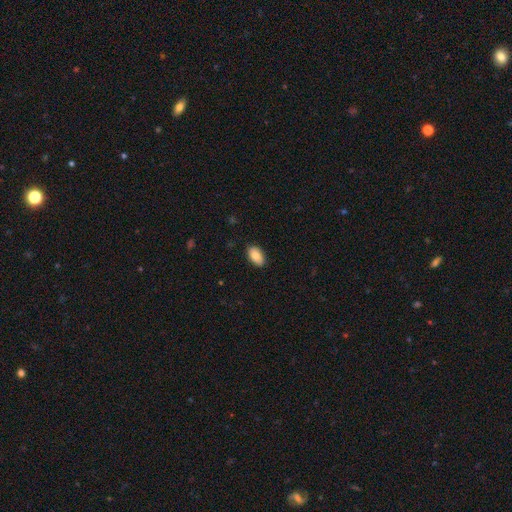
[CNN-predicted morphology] smooth 83%, featured or disk 10%, star or artifact 7%. Down the decision tree: how rounded — in between (93%); merging — none (86%).